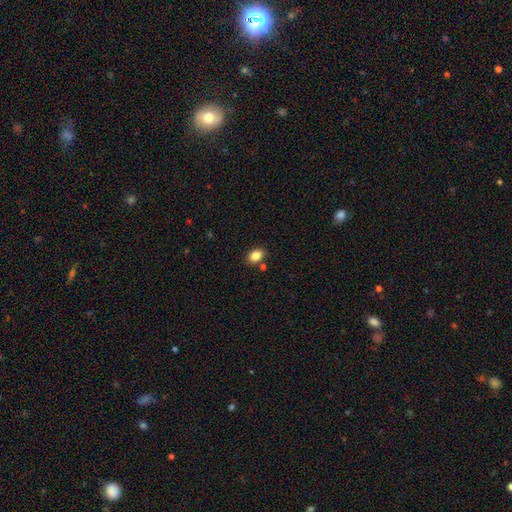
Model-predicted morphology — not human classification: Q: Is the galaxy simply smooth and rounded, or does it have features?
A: smooth — 85%.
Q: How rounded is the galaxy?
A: in between — 80%.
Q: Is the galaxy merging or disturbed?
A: none — 83%.